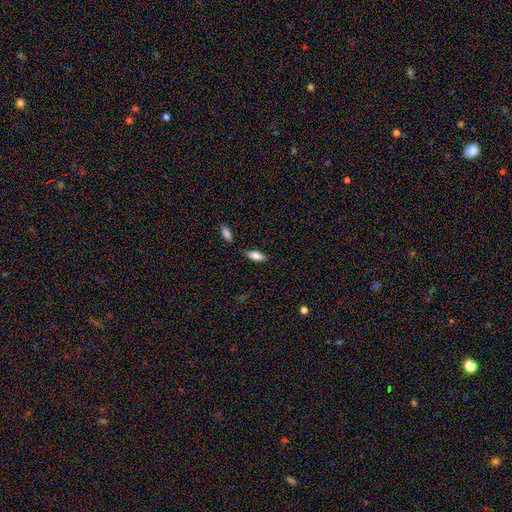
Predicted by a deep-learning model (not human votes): Overall: smooth (76%). How rounded: in between (78%). Merging: none (78%).